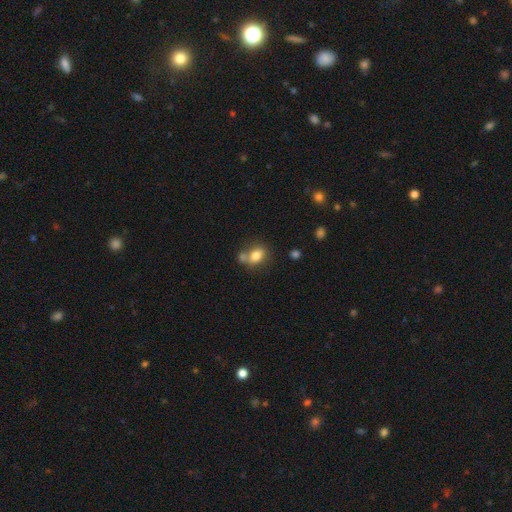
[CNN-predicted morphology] A smooth galaxy with no disk features (79%) that is in between round and cigar-shaped (72%). Merging: none (47%).